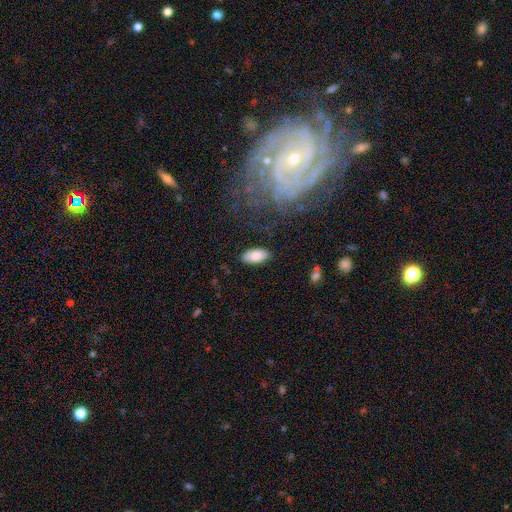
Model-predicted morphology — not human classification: A smooth galaxy with no disk features (79%) that is in between round and cigar-shaped (92%). Merging: none (84%).